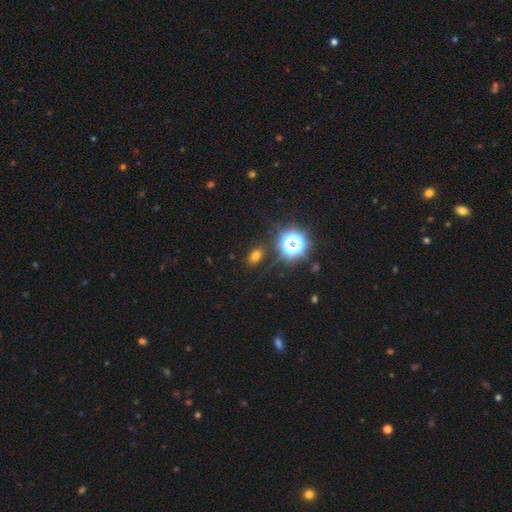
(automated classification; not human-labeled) A smooth galaxy with no disk features (64%) that is in between round and cigar-shaped (73%). Merging: none (84%).